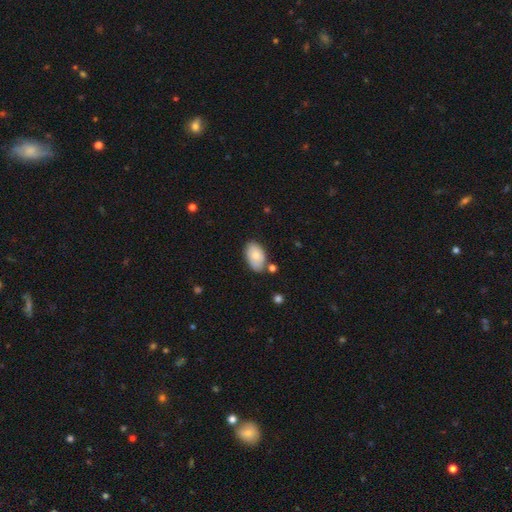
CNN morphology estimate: Smooth or featured? Predicted: smooth (p=0.79). How rounded? Predicted: in between (p=0.94). Merging? Predicted: none (p=0.70).